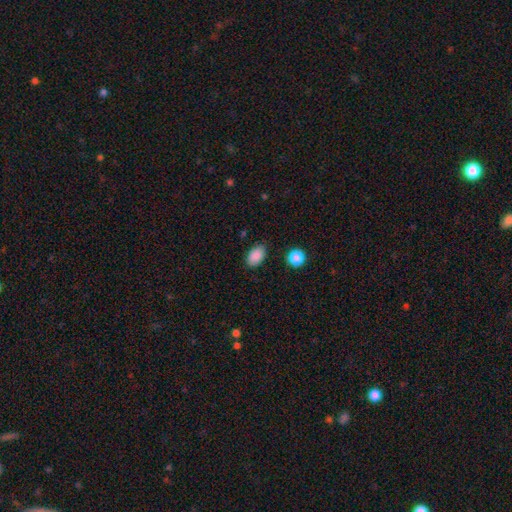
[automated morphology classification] Smooth or featured? Predicted: smooth (p=0.88). How rounded? Predicted: in between (p=0.88). Merging? Predicted: none (p=0.82).